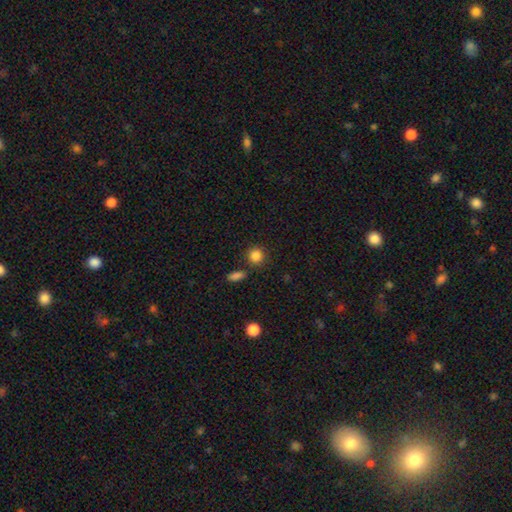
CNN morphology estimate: This appears to be a smooth galaxy with no disk features (86%) that is round (87%). Merging: none (81%).